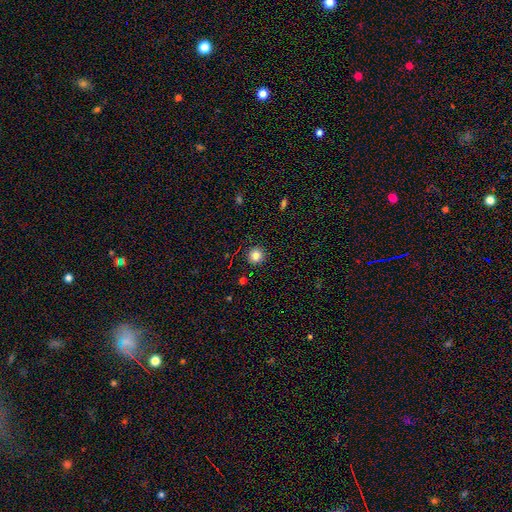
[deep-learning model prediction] This appears to be a smooth galaxy with no disk features (82%) that is round (94%). Merging: none (92%).